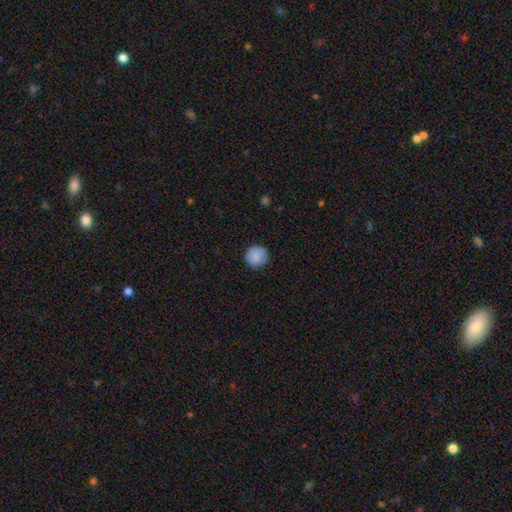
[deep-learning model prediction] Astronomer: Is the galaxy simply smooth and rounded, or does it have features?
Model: smooth — 88%.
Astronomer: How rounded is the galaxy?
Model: round — 94%.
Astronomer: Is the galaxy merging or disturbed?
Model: none — 87%.